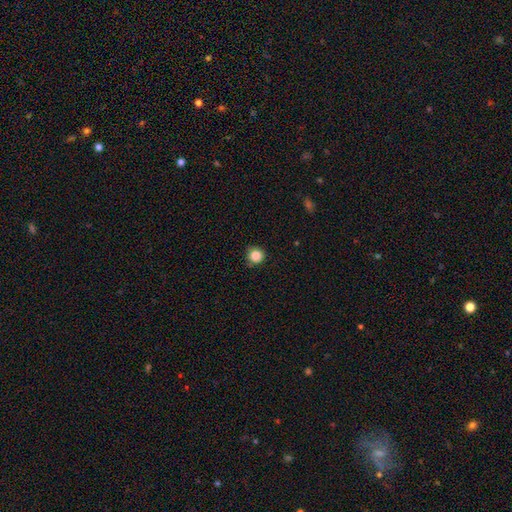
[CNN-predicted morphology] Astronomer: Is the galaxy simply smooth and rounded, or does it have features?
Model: smooth — 85%.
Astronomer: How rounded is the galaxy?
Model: round — 94%.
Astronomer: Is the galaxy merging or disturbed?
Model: none — 82%.